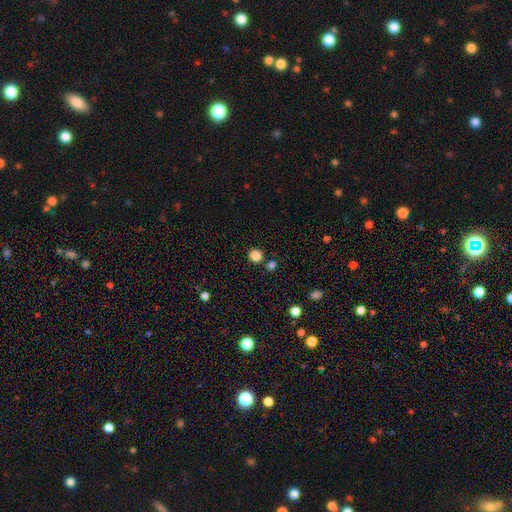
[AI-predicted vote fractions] A smooth galaxy with no disk features (84%) that is round (90%). Merging: none (84%).